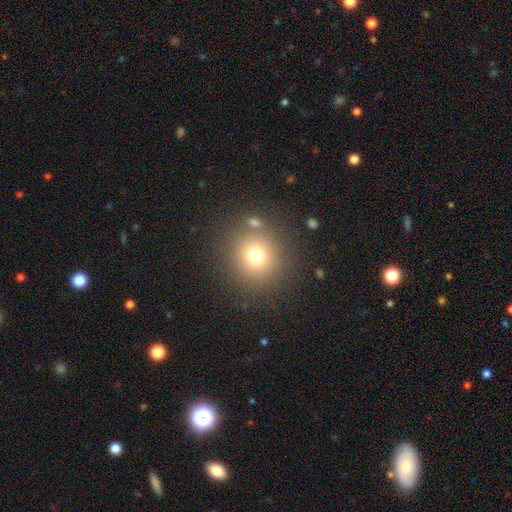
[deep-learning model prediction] The model was most divided on "smooth or featured": smooth: 73%, star or artifact: 16%, featured or disk: 11%. More confident: how rounded — round (91%); merging — none (81%).